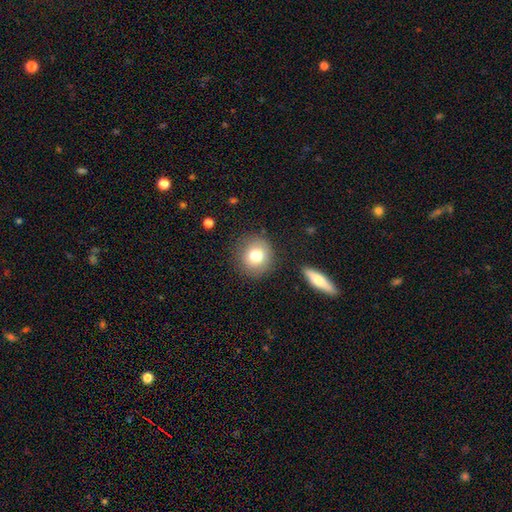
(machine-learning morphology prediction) Smooth or featured? smooth (77%)
How rounded? round (88%)
Merging? none (84%)